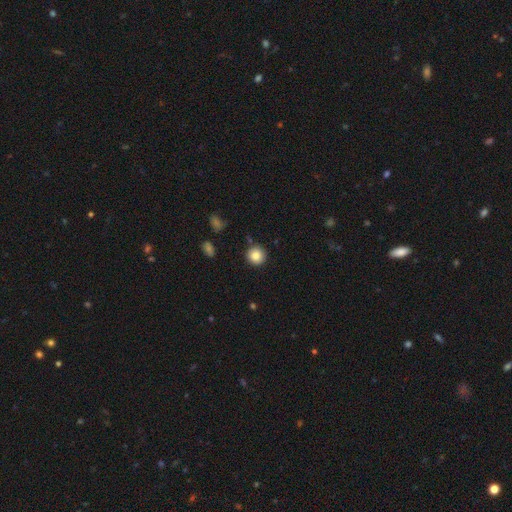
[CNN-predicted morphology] type=smooth (85%); roundness=round (94%); merging=none (88%).